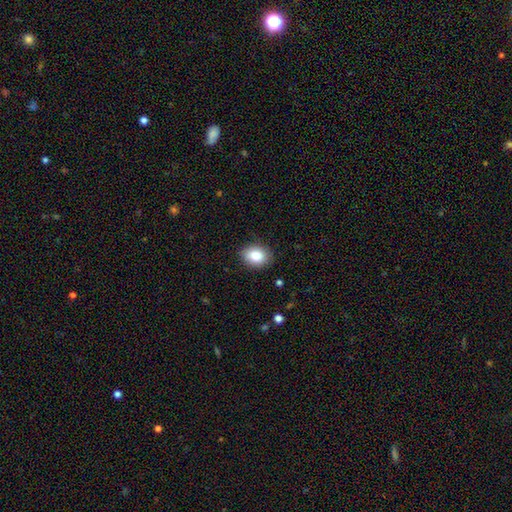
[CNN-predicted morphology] A smooth galaxy with no disk features (84%) that is in between round and cigar-shaped (66%).

Vote fractions:
- Smooth or featured? smooth: 84% / star or artifact: 8% / featured or disk: 7%
- How rounded? in between: 66% / round: 33% / cigar-shaped: 1%
- Merging? none: 87% / minor disturbance: 10% / major disturbance: 2% / merger: 1%